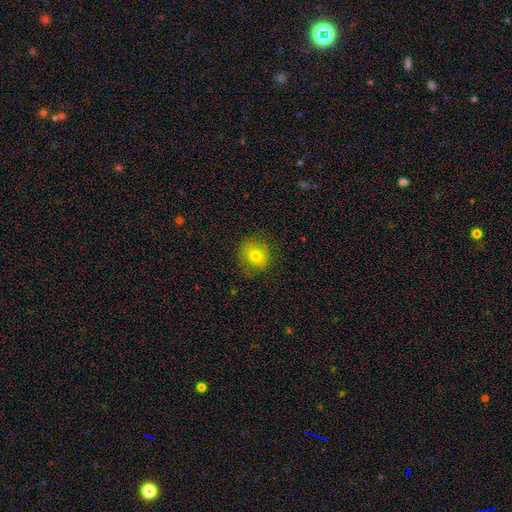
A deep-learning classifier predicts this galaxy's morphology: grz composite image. It shows a smooth galaxy with no disk features (75%) that is round (80%). Merging: none (79%).